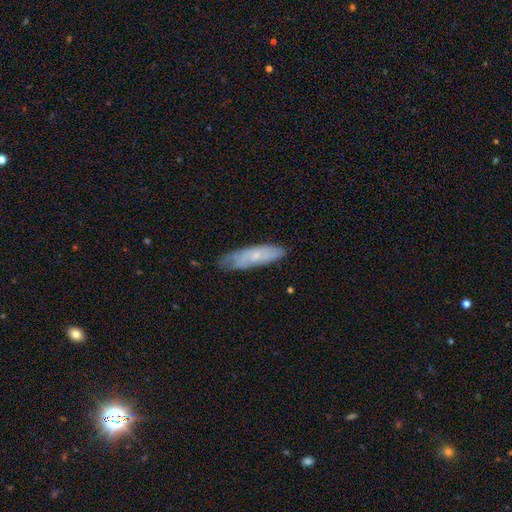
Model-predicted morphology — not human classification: Smooth or featured? smooth (55%)
How rounded? cigar-shaped (62%)
Merging? none (65%)